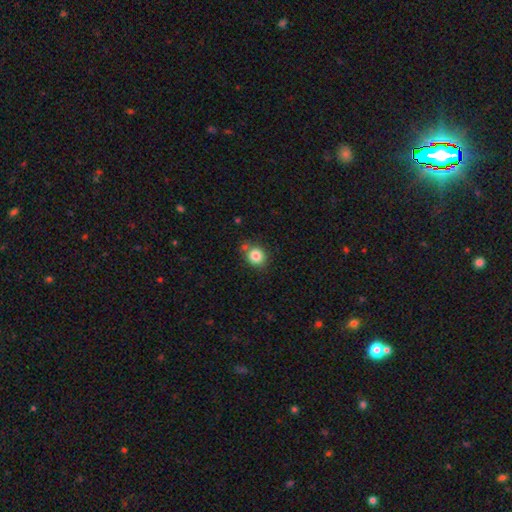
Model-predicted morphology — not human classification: Overall: smooth (84%). How rounded: round (77%). Merging: none (70%).